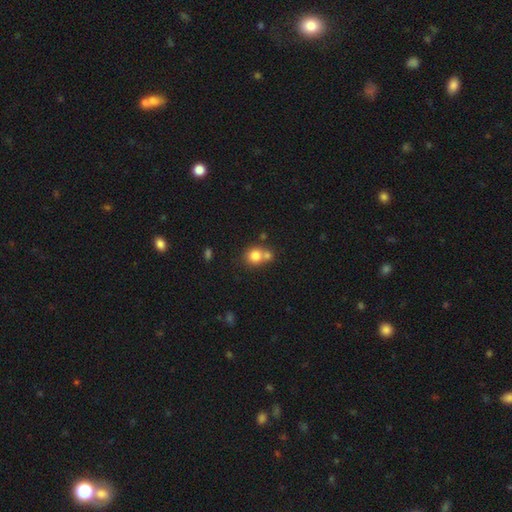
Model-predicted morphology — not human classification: A smooth galaxy with no disk features (79%) that is round (82%).

Vote fractions:
- Smooth or featured? smooth: 79% / star or artifact: 11% / featured or disk: 10%
- How rounded? round: 82% / in between: 17% / cigar-shaped: 1%
- Merging? none: 46% / merger: 42% / minor disturbance: 9% / major disturbance: 3%